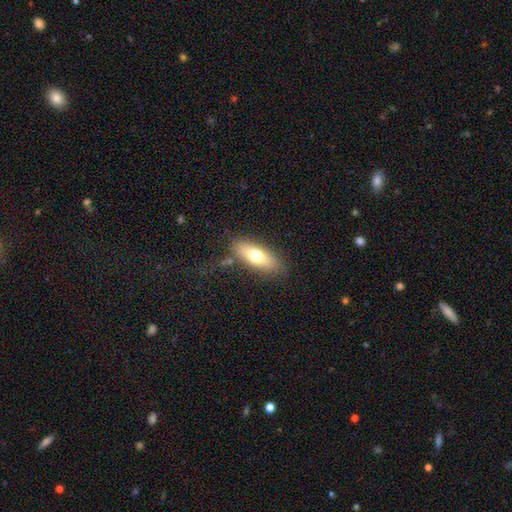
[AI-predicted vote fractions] A smooth galaxy with no disk features (67%) that is in between round and cigar-shaped (66%).

Vote fractions:
- Smooth or featured? smooth: 67% / featured or disk: 25% / star or artifact: 7%
- How rounded? in between: 66% / cigar-shaped: 32% / round: 3%
- Merging? none: 81% / minor disturbance: 13% / major disturbance: 4% / merger: 3%